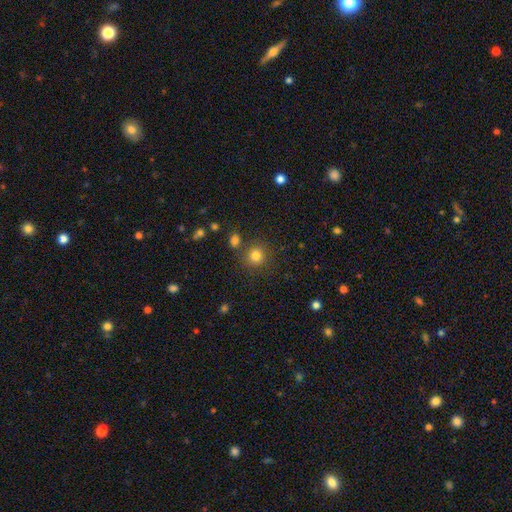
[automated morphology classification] type=smooth (81%); roundness=round (89%); merging=none (78%).